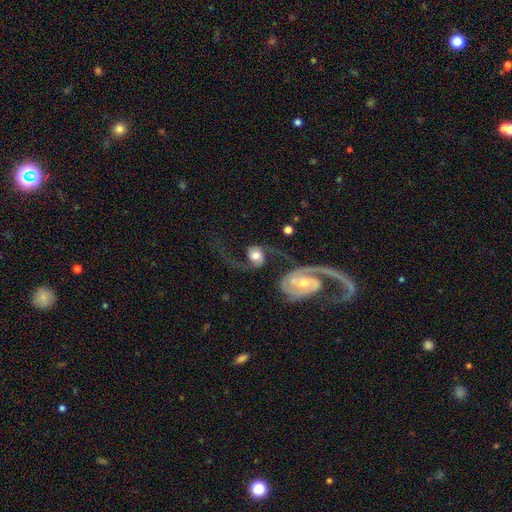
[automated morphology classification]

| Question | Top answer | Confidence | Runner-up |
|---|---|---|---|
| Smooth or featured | featured or disk | 75% | smooth (19%) |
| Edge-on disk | no | 96% | yes (4%) |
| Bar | no | 54% | weak (33%) |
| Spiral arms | yes | 93% | no (7%) |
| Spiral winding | loose | 64% | medium (28%) |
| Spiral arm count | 2 | 86% | 1 (8%) |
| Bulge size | moderate | 59% | large (21%) |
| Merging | none | 39% | merger (24%) |